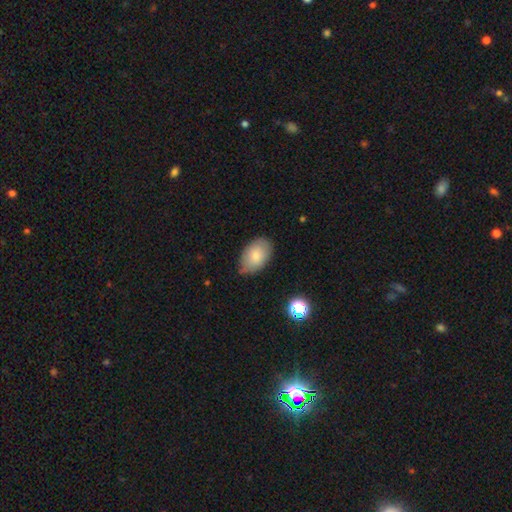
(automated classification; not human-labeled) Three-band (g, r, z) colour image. It shows a smooth galaxy with no disk features (79%) that is in between round and cigar-shaped (91%). Merging: none (74%).